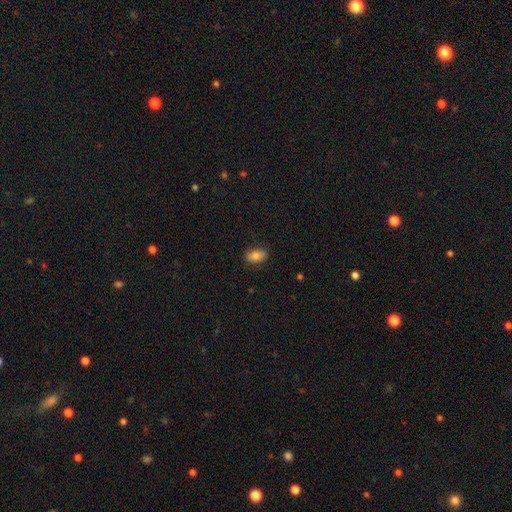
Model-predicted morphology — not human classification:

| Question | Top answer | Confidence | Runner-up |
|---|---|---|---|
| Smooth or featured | smooth | 82% | featured or disk (10%) |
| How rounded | in between | 90% | round (8%) |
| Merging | none | 86% | minor disturbance (11%) |